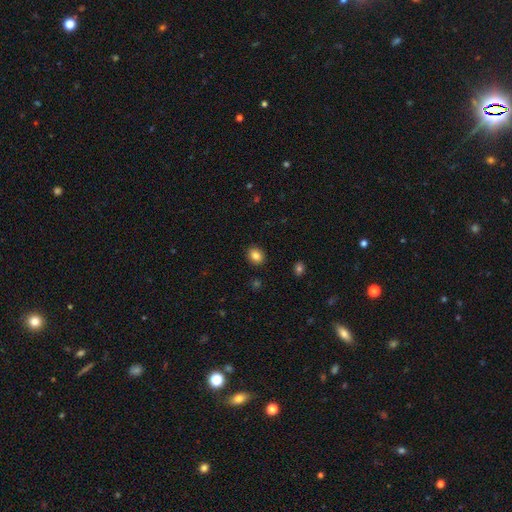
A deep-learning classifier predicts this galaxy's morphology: smooth_or_featured: smooth (p=0.85) [alt: star or artifact p=0.10]
how_rounded: round (p=0.55) [alt: in between p=0.44]
merging: none (p=0.90) [alt: minor disturbance p=0.07]